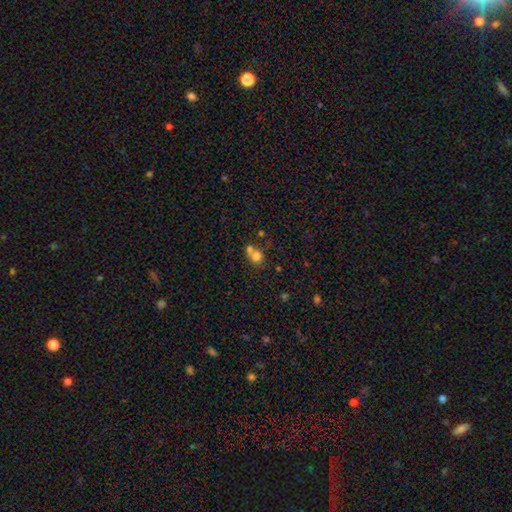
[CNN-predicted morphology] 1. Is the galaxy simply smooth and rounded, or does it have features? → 74% smooth, 14% featured or disk, 13% star or artifact.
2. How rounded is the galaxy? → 74% round, 25% in between, 1% cigar-shaped.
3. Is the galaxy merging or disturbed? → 53% merger, 35% none, 8% minor disturbance, 4% major disturbance.